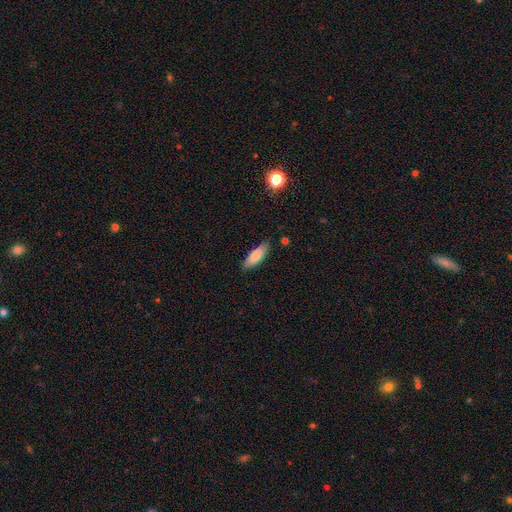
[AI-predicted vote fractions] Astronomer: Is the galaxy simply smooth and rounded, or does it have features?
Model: smooth — 81%.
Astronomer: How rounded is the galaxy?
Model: in between — 58% (runner-up: cigar-shaped, 41%).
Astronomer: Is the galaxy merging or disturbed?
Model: none — 83%.